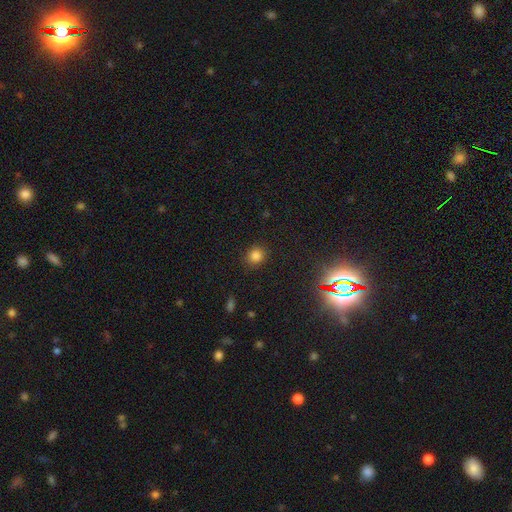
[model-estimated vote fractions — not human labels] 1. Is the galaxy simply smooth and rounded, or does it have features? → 81% smooth, 14% star or artifact, 5% featured or disk.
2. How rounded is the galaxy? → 80% round, 19% in between, 1% cigar-shaped.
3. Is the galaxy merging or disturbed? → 88% none, 8% minor disturbance, 3% major disturbance, 1% merger.